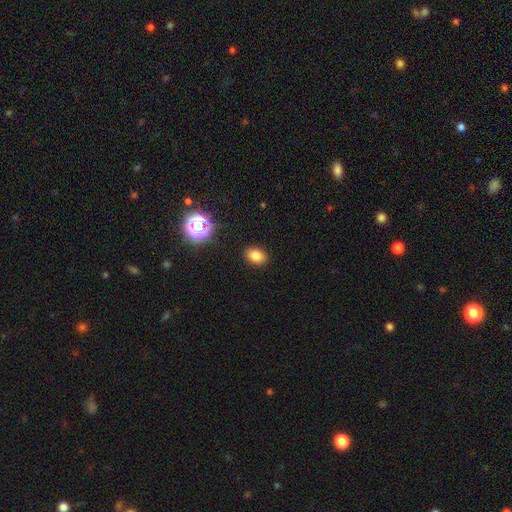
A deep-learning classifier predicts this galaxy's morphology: Smooth or featured: smooth — 81% (star or artifact — 14%)
How rounded: in between — 75% (round — 24%)
Merging: none — 88% (minor disturbance — 8%)